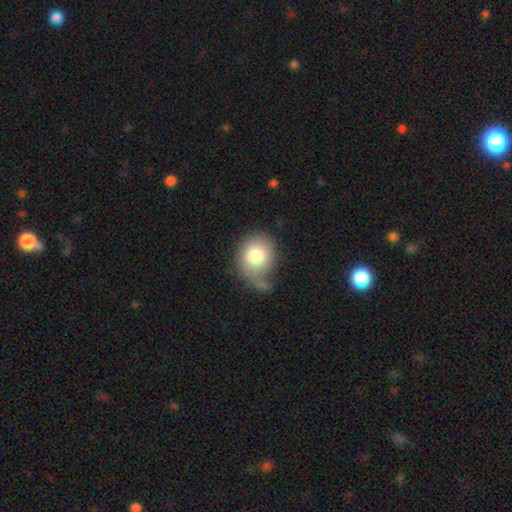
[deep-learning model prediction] Overall: smooth (79%). How rounded: round (76%). Merging: none (46%; minor disturbance 26%).